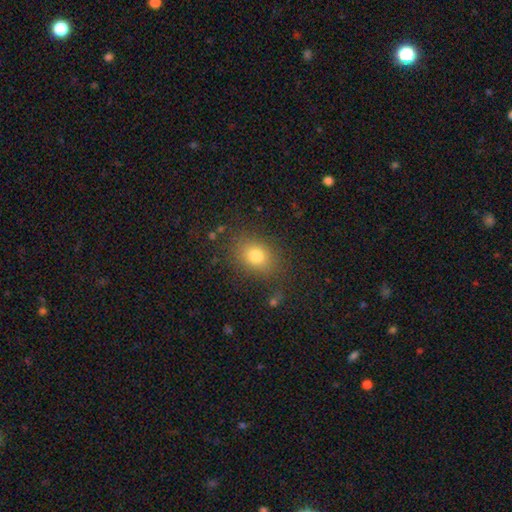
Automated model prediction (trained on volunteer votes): A smooth galaxy with no disk features (79%) that is in between round and cigar-shaped (58%).

Vote fractions:
- Smooth or featured? smooth: 79% / star or artifact: 12% / featured or disk: 9%
- How rounded? in between: 58% / round: 41% / cigar-shaped: 1%
- Merging? none: 82% / minor disturbance: 12% / major disturbance: 5% / merger: 2%